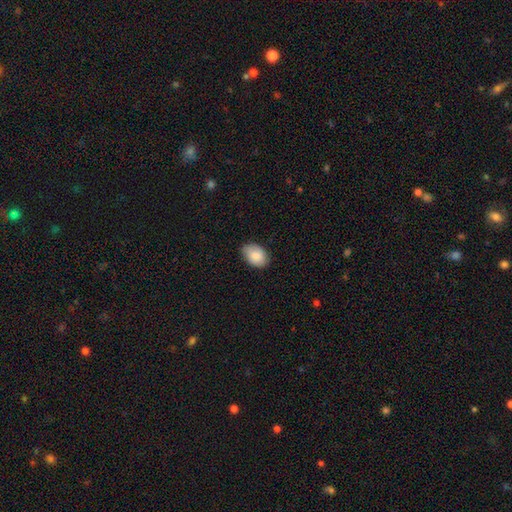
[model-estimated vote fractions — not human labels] Q: Smooth or featured?
A: smooth (87%); runner-up: featured or disk (7%)
Q: How rounded?
A: in between (87%); runner-up: round (12%)
Q: Merging?
A: none (80%); runner-up: minor disturbance (16%)